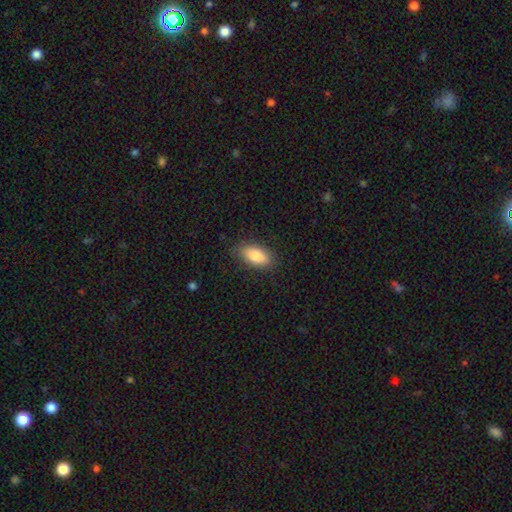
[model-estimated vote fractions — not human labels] Smooth or featured? smooth (86%)
How rounded? in between (88%)
Merging? none (85%)